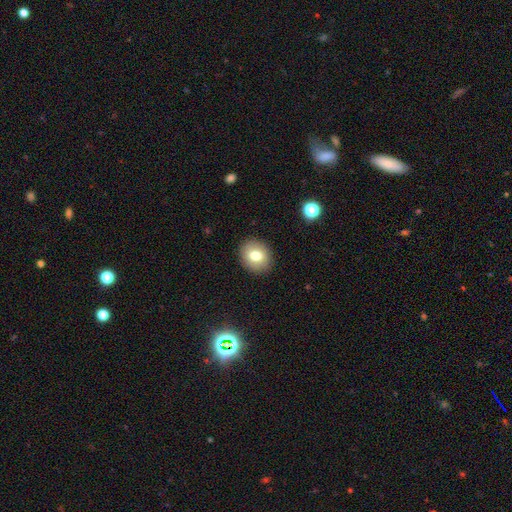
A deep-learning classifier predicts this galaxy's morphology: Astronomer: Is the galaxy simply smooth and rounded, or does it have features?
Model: smooth — 76%.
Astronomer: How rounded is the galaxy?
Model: round — 62% (runner-up: in between, 37%).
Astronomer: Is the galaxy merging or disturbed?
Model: none — 90%.